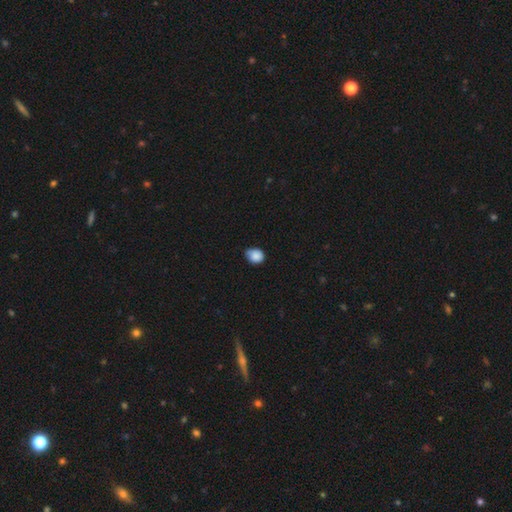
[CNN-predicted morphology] Smooth or featured? smooth (85%)
How rounded? round (60%)
Merging? none (55%)